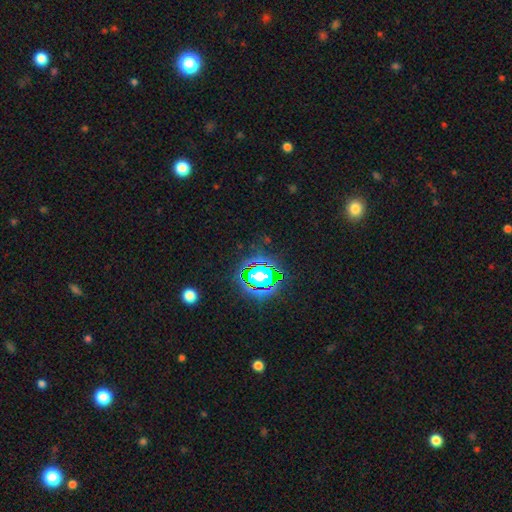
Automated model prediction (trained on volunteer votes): A star or artifact, not a galaxy (81%).